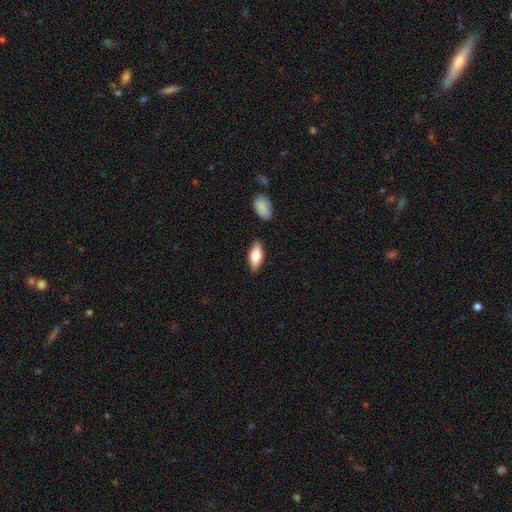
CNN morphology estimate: A smooth galaxy with no disk features (67%) that is in between round and cigar-shaped (79%).

Vote fractions:
- Smooth or featured? smooth: 67% / featured or disk: 27% / star or artifact: 6%
- How rounded? in between: 79% / cigar-shaped: 18% / round: 3%
- Merging? none: 84% / minor disturbance: 11% / merger: 3% / major disturbance: 2%